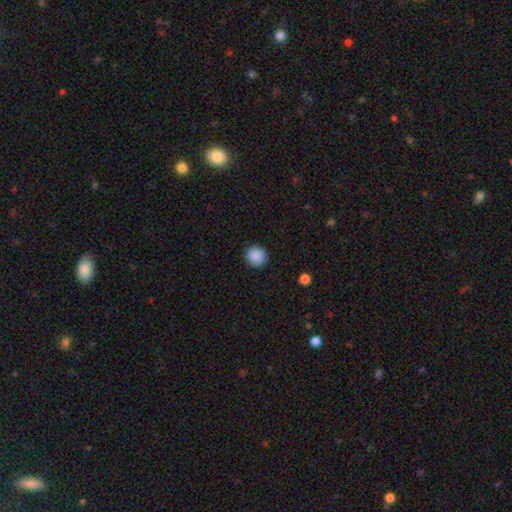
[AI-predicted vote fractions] The model was most divided on "smooth or featured": smooth: 89%, star or artifact: 8%, featured or disk: 3%. More confident: how rounded — round (93%); merging — none (91%).